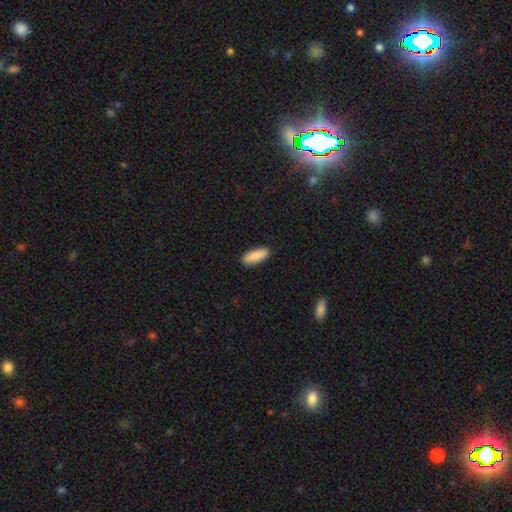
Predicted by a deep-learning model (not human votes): This is clearly a smooth galaxy (90%). How rounded: likely in between (65%). Merging: clearly none (89%).